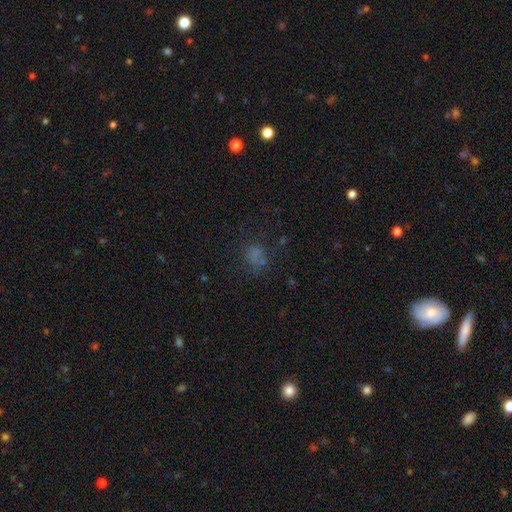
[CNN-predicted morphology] Smooth or featured?
  - smooth: 58% *
  - star or artifact: 27%
  - featured or disk: 15%
How rounded?
  - round: 54% *
  - in between: 44%
  - cigar-shaped: 2%
Merging?
  - none: 58% *
  - minor disturbance: 18%
  - major disturbance: 16%
  - merger: 8%